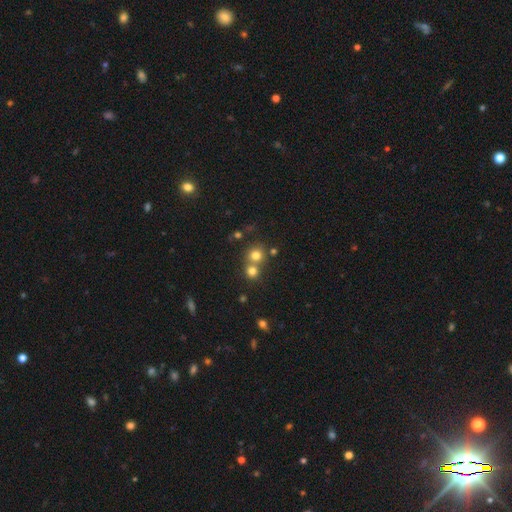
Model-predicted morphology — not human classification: Smooth or featured: smooth — 75% (star or artifact — 16%)
How rounded: round — 88% (in between — 11%)
Merging: none — 53% (merger — 39%)